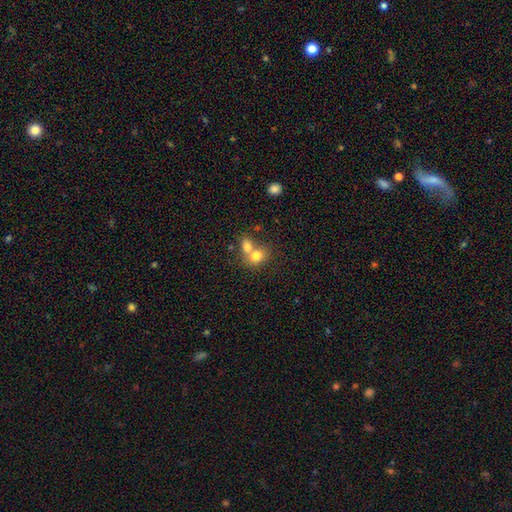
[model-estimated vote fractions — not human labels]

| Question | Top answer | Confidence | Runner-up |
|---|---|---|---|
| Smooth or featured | smooth | 76% | featured or disk (14%) |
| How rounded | round | 58% | in between (41%) |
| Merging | merger | 62% | none (29%) |